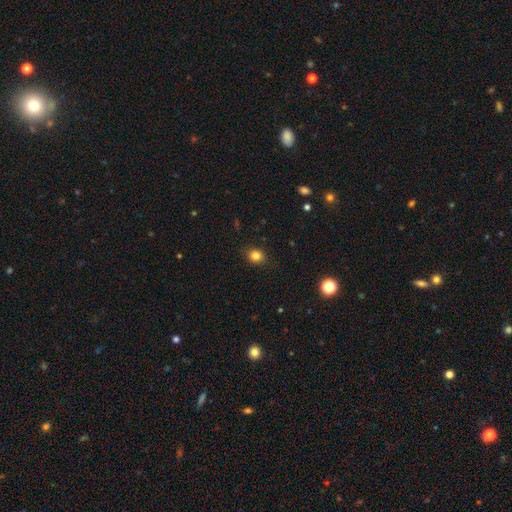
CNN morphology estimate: Q: Smooth or featured?
A: smooth (82%); runner-up: star or artifact (12%)
Q: How rounded?
A: round (74%); runner-up: in between (25%)
Q: Merging?
A: none (87%); runner-up: minor disturbance (10%)